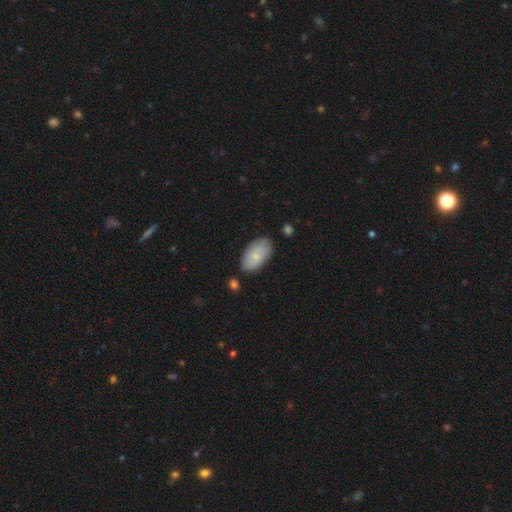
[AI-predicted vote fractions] The model was most divided on "smooth or featured": smooth: 77%, featured or disk: 17%, star or artifact: 6%. More confident: how rounded — in between (95%); merging — none (78%).